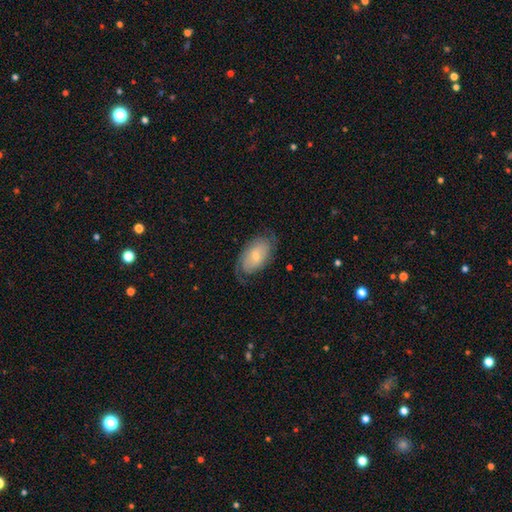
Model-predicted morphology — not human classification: Smooth or featured? Predicted: featured or disk (p=0.52). Edge-on disk? Predicted: no (p=0.93). Merging? Predicted: none (p=0.66).